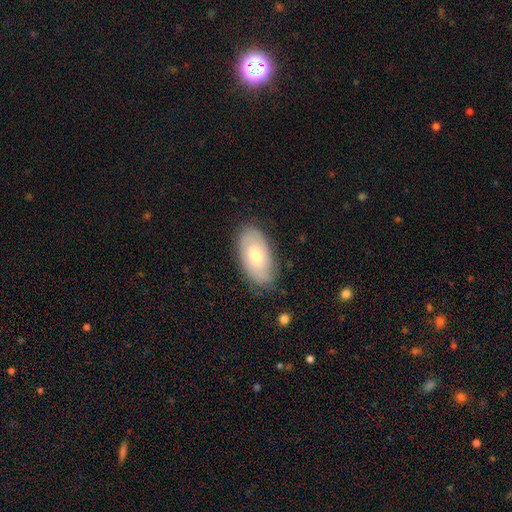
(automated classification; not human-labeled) smooth-or-featured: smooth: 59% | featured or disk: 34% | star or artifact: 6%
  how-rounded: in between: 94% | cigar-shaped: 3% | round: 3%
  merging: none: 81% | minor disturbance: 15% | major disturbance: 3% | merger: 1%